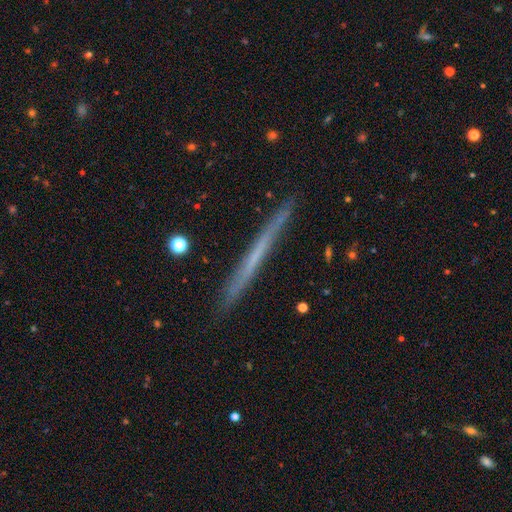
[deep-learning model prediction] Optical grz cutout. It shows a featured or disk galaxy (53%) viewed edge-on (97%) with no central bulge (93%). Merging: none (90%).